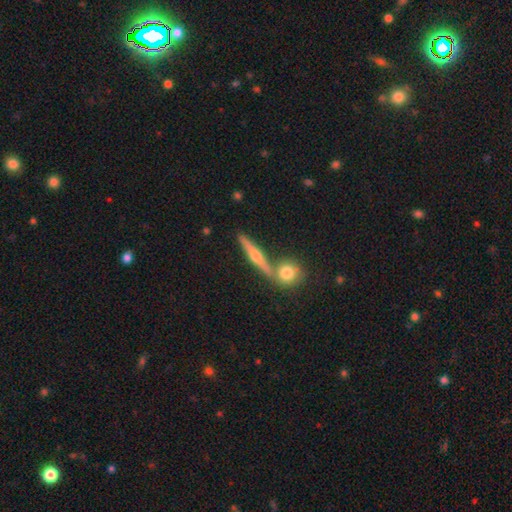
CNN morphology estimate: Smooth or featured? Predicted: featured or disk (p=0.61). Edge-on disk? Predicted: yes (p=0.94). Edge-on bulge? Predicted: rounded (p=0.90). Merging? Predicted: none (p=0.70).